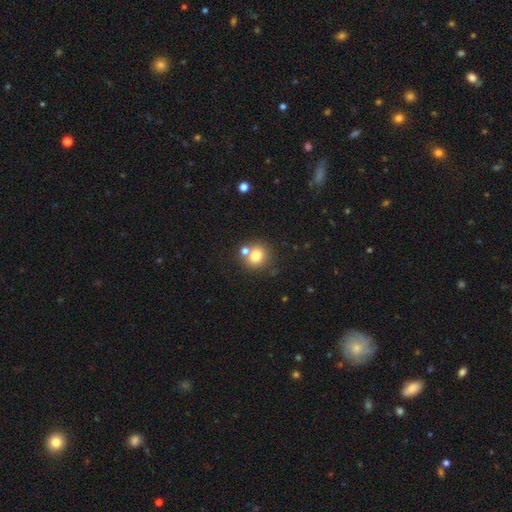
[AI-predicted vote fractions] smooth_or_featured: smooth (p=0.76) [alt: star or artifact p=0.12]
how_rounded: round (p=0.83) [alt: in between p=0.16]
merging: none (p=0.65) [alt: merger p=0.23]